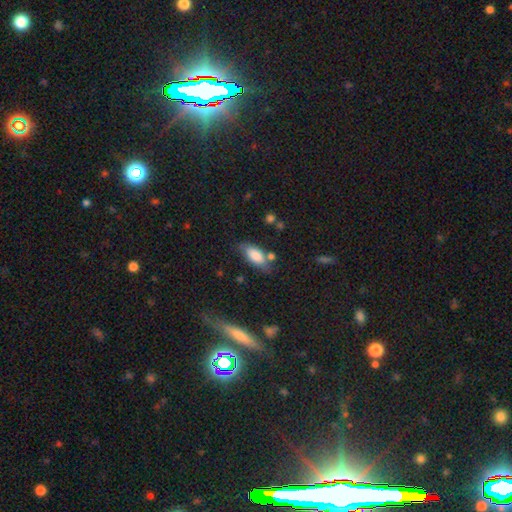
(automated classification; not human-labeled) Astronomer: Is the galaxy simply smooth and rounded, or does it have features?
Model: smooth — 82%.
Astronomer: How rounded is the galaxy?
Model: in between — 85%.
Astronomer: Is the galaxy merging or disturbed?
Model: none — 63%.